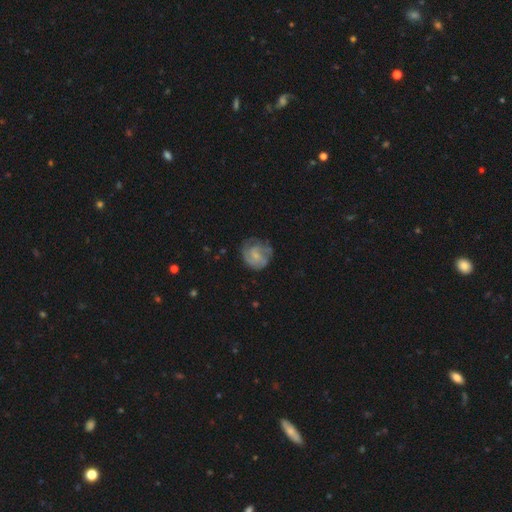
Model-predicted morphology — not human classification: The model was most divided on "spiral arm count": 2: 35%, can't tell: 28%, 3: 24%, 4: 5%, 1: 5%, more than 4: 4%. Remaining: edge-on disk — no (98%); spiral arms — yes (88%); smooth or featured — featured or disk (68%); merging — none (63%); bulge size — small (56%); bar — no (55%); spiral winding — tight (47%).